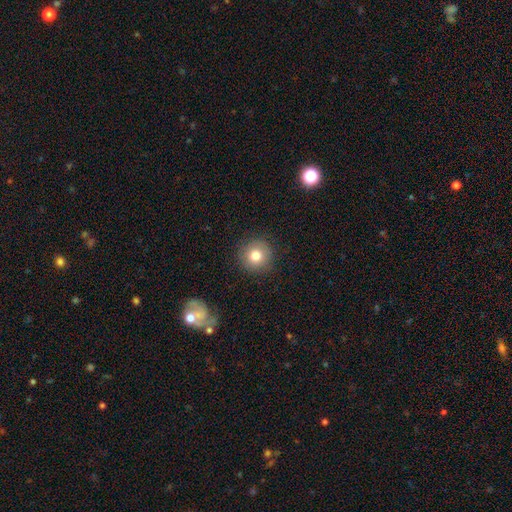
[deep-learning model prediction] Q: Smooth or featured?
A: smooth (79%); runner-up: featured or disk (11%)
Q: How rounded?
A: round (94%); runner-up: in between (5%)
Q: Merging?
A: none (88%); runner-up: minor disturbance (8%)